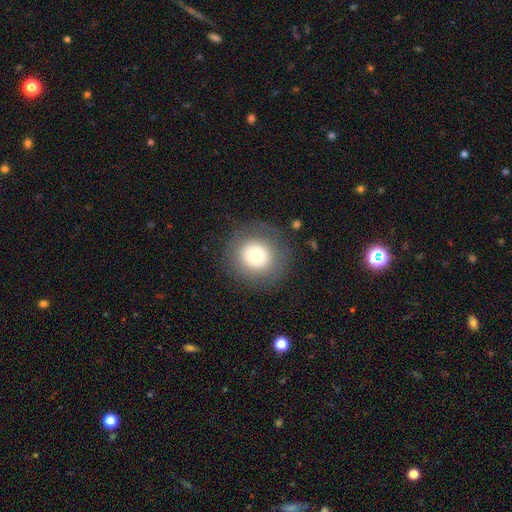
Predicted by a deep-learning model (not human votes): smooth-or-featured: smooth: 70% | featured or disk: 19% | star or artifact: 11%
  how-rounded: round: 93% | in between: 6% | cigar-shaped: 1%
  merging: none: 84% | minor disturbance: 9% | major disturbance: 6% | merger: 1%